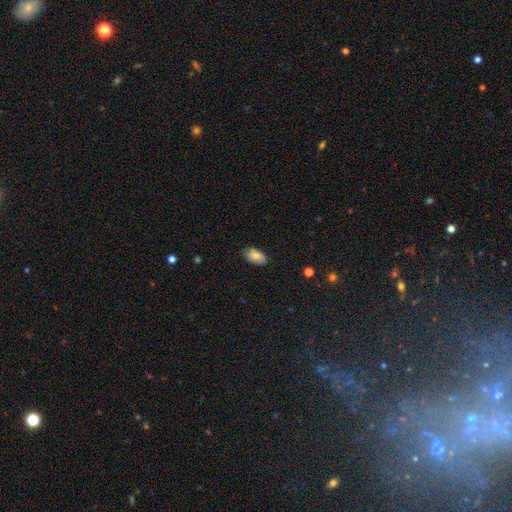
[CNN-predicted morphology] smooth-or-featured: smooth: 70% | featured or disk: 22% | star or artifact: 8%
  how-rounded: in between: 93% | round: 5% | cigar-shaped: 2%
  merging: none: 75% | minor disturbance: 20% | major disturbance: 3% | merger: 1%